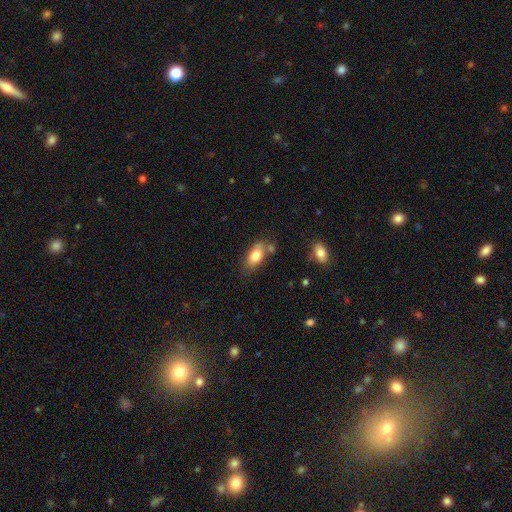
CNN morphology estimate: A smooth galaxy with no disk features (79%) that is in between round and cigar-shaped (88%). Merging: none (57%).